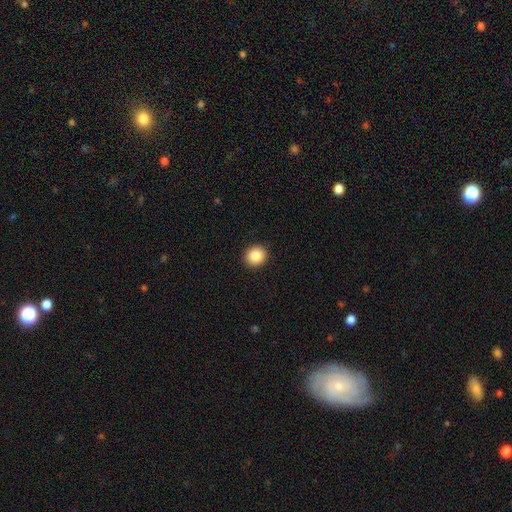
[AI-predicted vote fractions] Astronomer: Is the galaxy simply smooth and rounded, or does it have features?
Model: smooth — 87%.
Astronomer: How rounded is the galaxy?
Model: round — 89%.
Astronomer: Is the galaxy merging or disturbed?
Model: none — 93%.